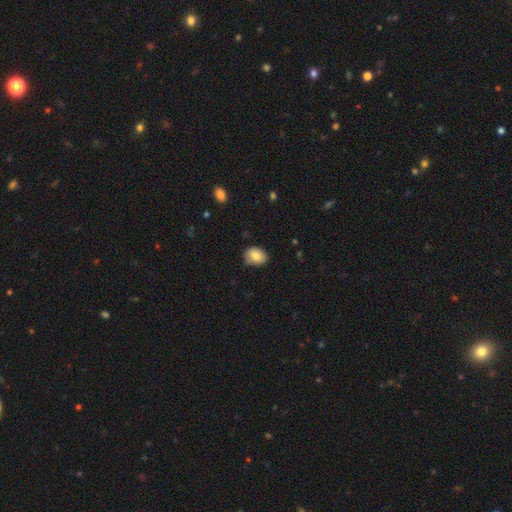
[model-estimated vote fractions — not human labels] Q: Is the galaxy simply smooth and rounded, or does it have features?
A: smooth — 83%.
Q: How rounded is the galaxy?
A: in between — 60%.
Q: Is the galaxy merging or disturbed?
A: none — 76%.